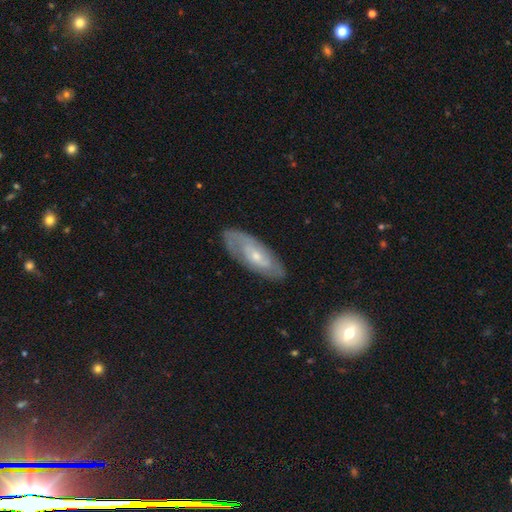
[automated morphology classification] The model was most divided on "bulge size": small: 58%, moderate: 38%, none: 2%, large: 2%, dominant: 1%. More confident: edge-on disk — no (85%); spiral arms — yes (78%); merging — none (78%); smooth or featured — featured or disk (68%); bar — no (58%).